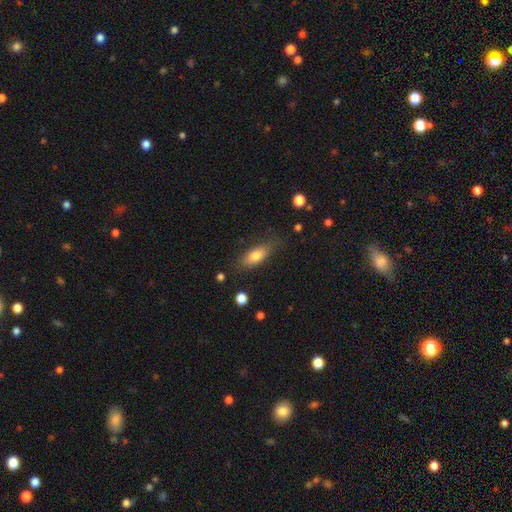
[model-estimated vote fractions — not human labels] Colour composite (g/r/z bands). It shows a smooth galaxy with no disk features (76%) that is in between round and cigar-shaped (75%). Merging: none (74%).